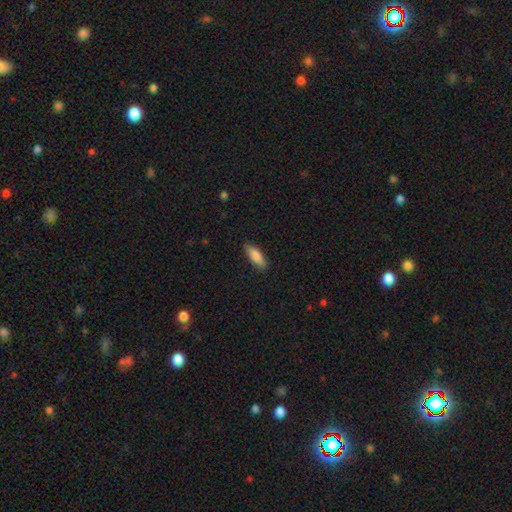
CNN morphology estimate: A smooth galaxy with no disk features (84%) that is in between round and cigar-shaped (62%). Merging: none (87%).